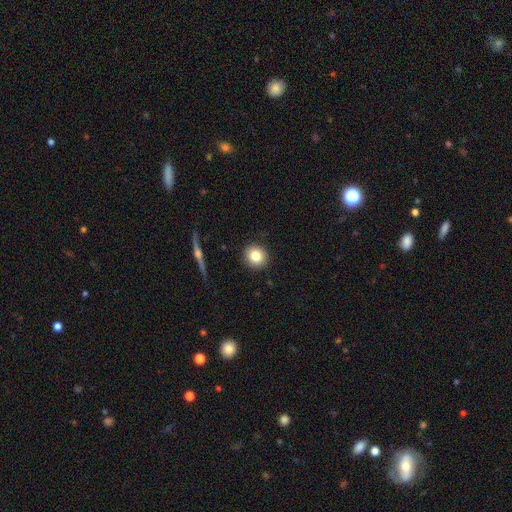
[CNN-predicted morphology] Smooth or featured? Predicted: smooth (p=0.80). How rounded? Predicted: round (p=0.92). Merging? Predicted: none (p=0.91).